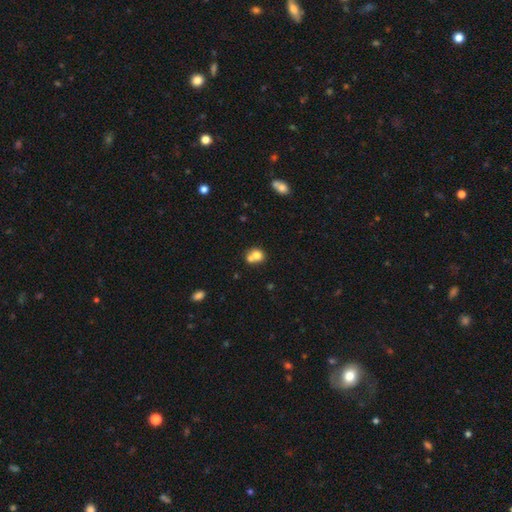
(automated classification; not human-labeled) Smooth or featured: smooth — 74% (featured or disk — 17%)
How rounded: round — 69% (in between — 31%)
Merging: merger — 57% (none — 32%)